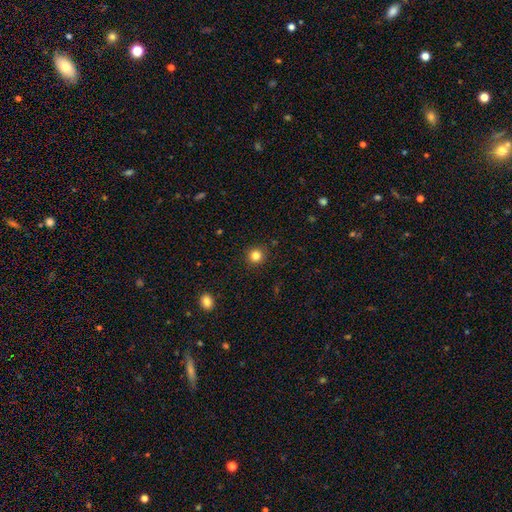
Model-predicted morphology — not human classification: type=smooth (83%); roundness=round (93%); merging=none (92%).